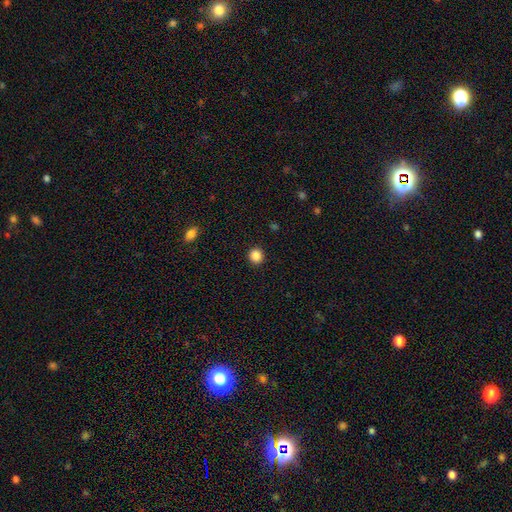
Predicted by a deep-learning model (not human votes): The model was most divided on "smooth or featured": smooth: 87%, star or artifact: 10%, featured or disk: 3%. More confident: merging — none (93%); how rounded — round (90%).